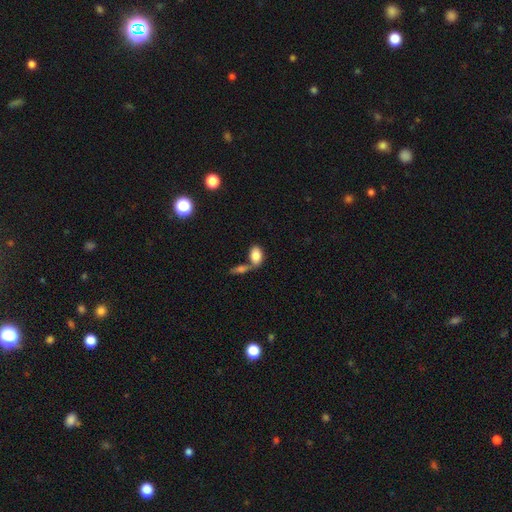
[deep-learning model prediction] A smooth galaxy with no disk features (84%) that is in between round and cigar-shaped (90%).

Vote fractions:
- Smooth or featured? smooth: 84% / featured or disk: 9% / star or artifact: 7%
- How rounded? in between: 90% / round: 7% / cigar-shaped: 3%
- Merging? merger: 45% / none: 39% / minor disturbance: 11% / major disturbance: 5%